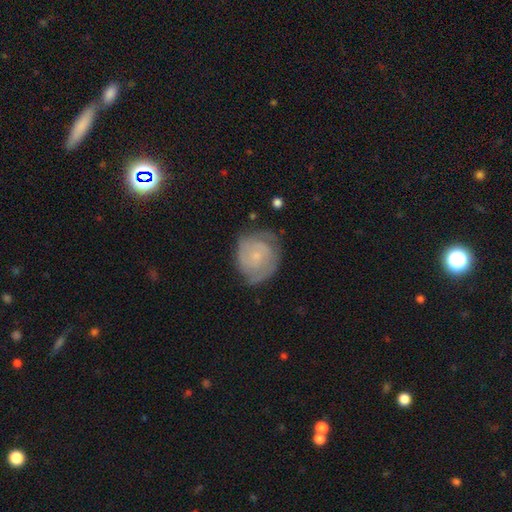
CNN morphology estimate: The model was most divided on "spiral arm count": 2: 43%, can't tell: 33%, 3: 12%, 1: 5%, 4: 4%, more than 4: 3%. More confident: edge-on disk — no (98%); spiral arms — yes (87%); bulge size — small (76%); bar — no (74%); smooth or featured — featured or disk (67%); merging — none (64%); spiral winding — tight (60%).